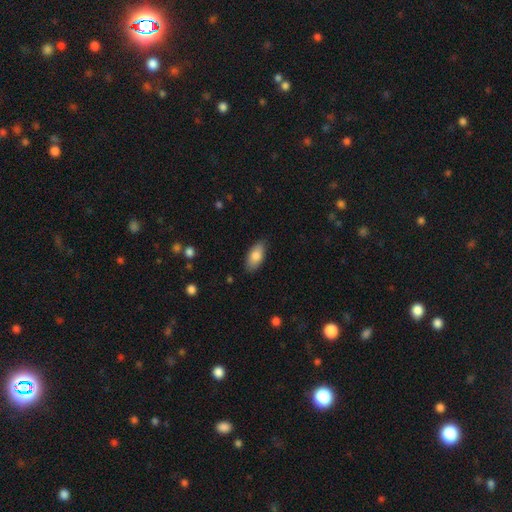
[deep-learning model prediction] The model was most divided on "merging": none: 83%, minor disturbance: 13%, major disturbance: 3%, merger: 1%. More confident: how rounded — in between (91%); smooth or featured — smooth (83%).